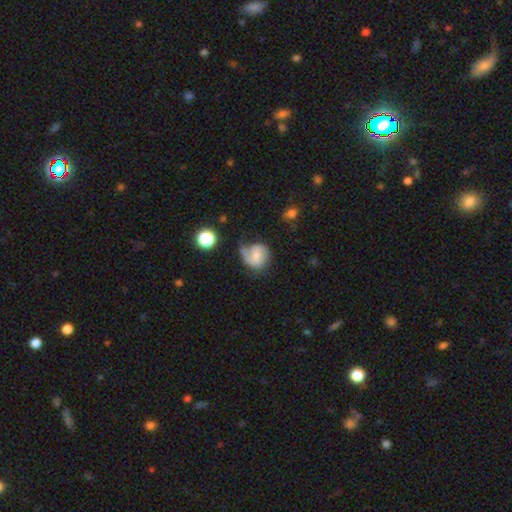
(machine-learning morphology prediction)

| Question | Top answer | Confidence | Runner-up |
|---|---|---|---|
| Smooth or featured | featured or disk | 59% | smooth (33%) |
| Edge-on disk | no | 97% | yes (3%) |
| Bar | no | 58% | weak (35%) |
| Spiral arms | yes | 88% | no (12%) |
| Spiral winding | medium | 41% | loose (32%) |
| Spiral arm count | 2 | 46% | 1 (40%) |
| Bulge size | small | 47% | moderate (39%) |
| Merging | none | 45% | minor disturbance (30%) |